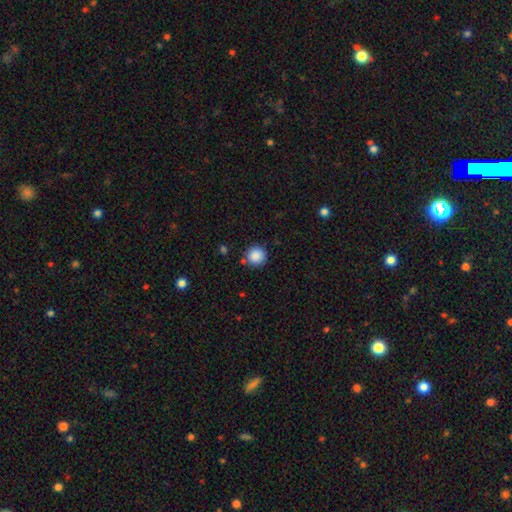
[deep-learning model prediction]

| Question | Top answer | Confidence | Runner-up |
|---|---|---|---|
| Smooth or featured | smooth | 88% | star or artifact (9%) |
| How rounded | round | 94% | in between (5%) |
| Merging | none | 84% | minor disturbance (9%) |